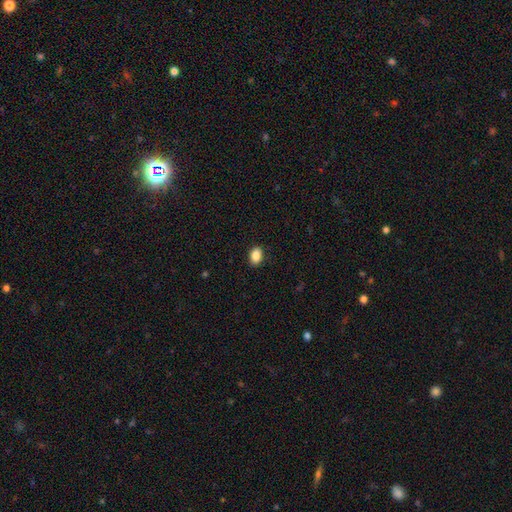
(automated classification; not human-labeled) A smooth galaxy with no disk features (87%) that is in between round and cigar-shaped (83%).

Vote fractions:
- Smooth or featured? smooth: 87% / star or artifact: 8% / featured or disk: 5%
- How rounded? in between: 83% / round: 15% / cigar-shaped: 1%
- Merging? none: 90% / minor disturbance: 7% / major disturbance: 2% / merger: 1%